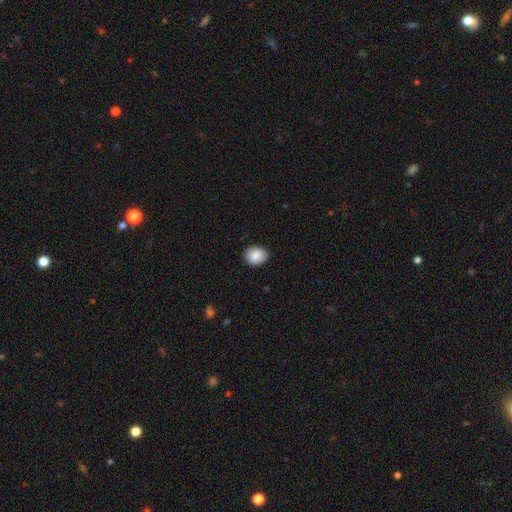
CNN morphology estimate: Smooth or featured: smooth — 88% (star or artifact — 7%)
How rounded: round — 53% (in between — 46%)
Merging: none — 87% (minor disturbance — 10%)